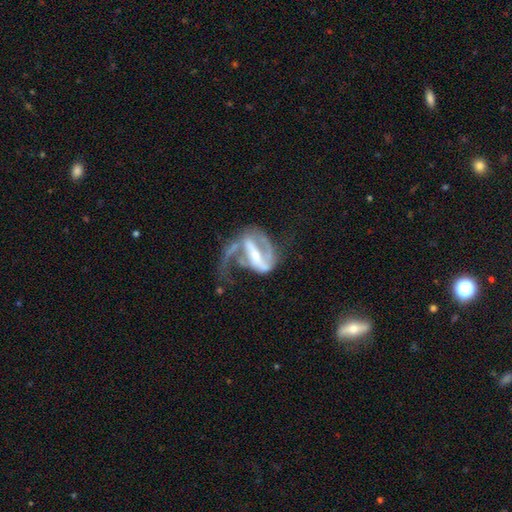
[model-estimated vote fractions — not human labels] Smooth or featured: featured or disk — 86% (smooth — 9%)
Edge-on disk: no — 95% (yes — 5%)
Bar: strong — 70% (weak — 21%)
Spiral arms: yes — 87% (no — 13%)
Spiral winding: medium — 41% (tied with loose — 41%)
Spiral arm count: 2 — 61% (1 — 29%)
Bulge size: small — 50% (moderate — 38%)
Merging: major disturbance — 50% (none — 26%)